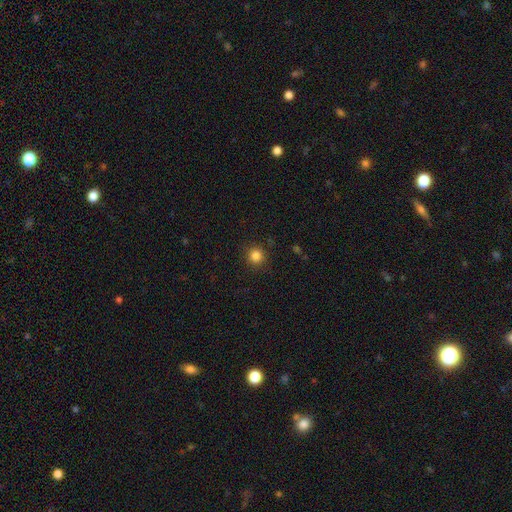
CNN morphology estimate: A smooth galaxy with no disk features (84%) that is round (93%). Merging: none (90%).